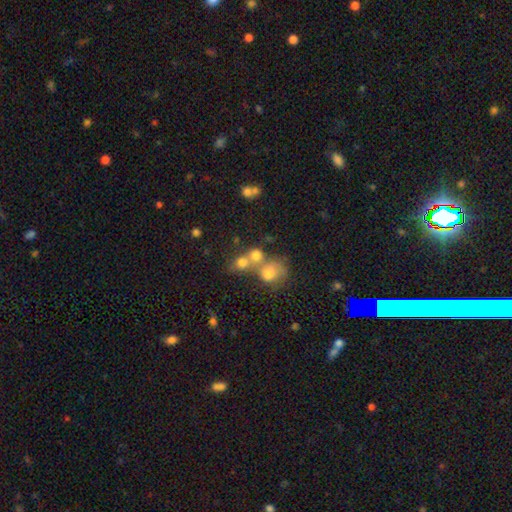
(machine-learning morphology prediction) This appears to be a smooth galaxy with no disk features (69%) that is round (74%). Merging: merger (53%).